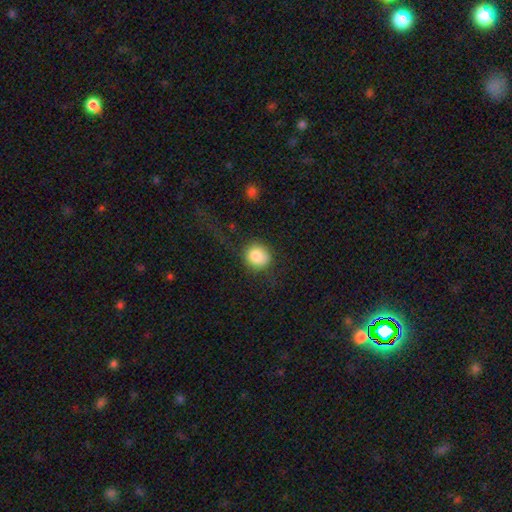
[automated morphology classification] Smooth or featured: smooth — 85% (star or artifact — 8%)
How rounded: round — 85% (in between — 14%)
Merging: none — 65% (minor disturbance — 18%)